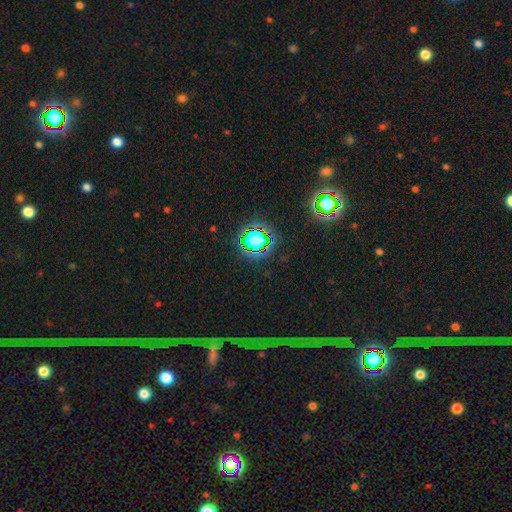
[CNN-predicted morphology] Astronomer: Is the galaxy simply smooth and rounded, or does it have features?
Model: star or artifact — 80%.